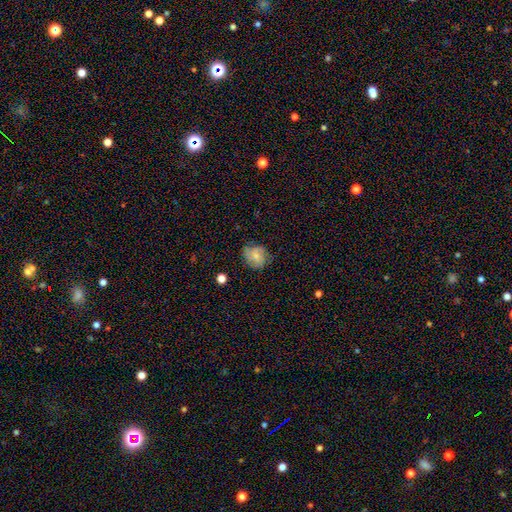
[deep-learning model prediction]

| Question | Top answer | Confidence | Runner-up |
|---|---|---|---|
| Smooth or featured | smooth | 59% | featured or disk (33%) |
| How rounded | round | 62% | in between (37%) |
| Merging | none | 65% | minor disturbance (26%) |